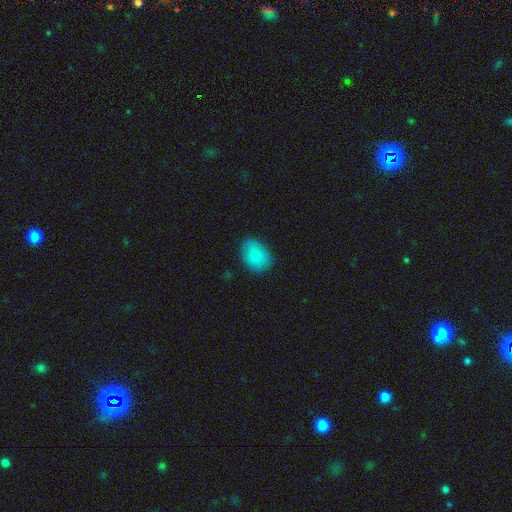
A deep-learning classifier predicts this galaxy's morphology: type=smooth (84%); roundness=in between (72%); merging=none (81%).